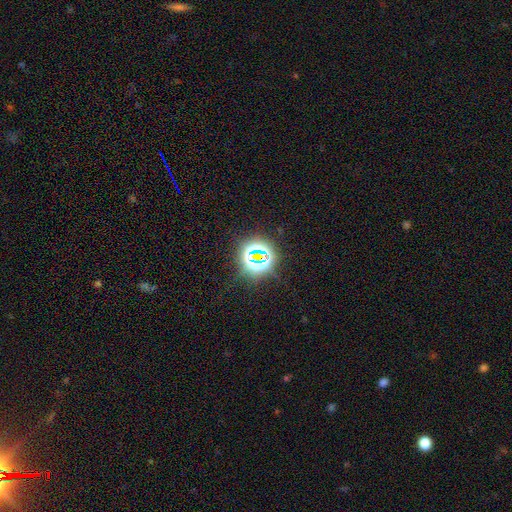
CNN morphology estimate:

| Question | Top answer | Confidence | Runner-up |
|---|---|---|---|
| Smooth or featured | star or artifact | 74% | smooth (16%) |